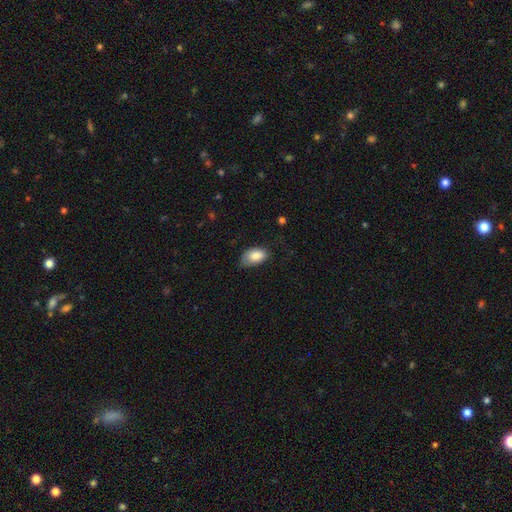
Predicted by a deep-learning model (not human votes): Smooth or featured? smooth (84%)
How rounded? in between (93%)
Merging? none (53%)